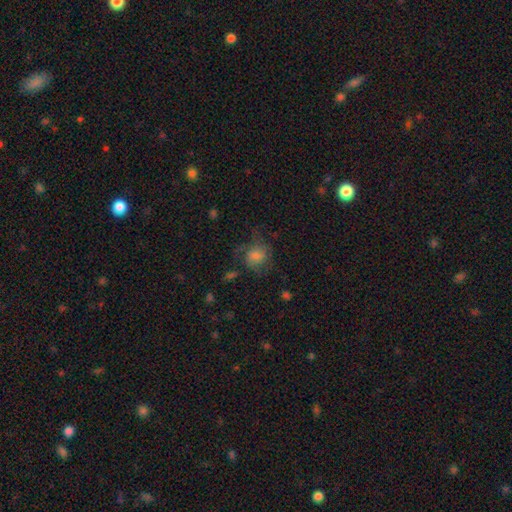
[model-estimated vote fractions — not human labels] A smooth galaxy with no disk features (57%) that is round (68%). Merging: none (52%).